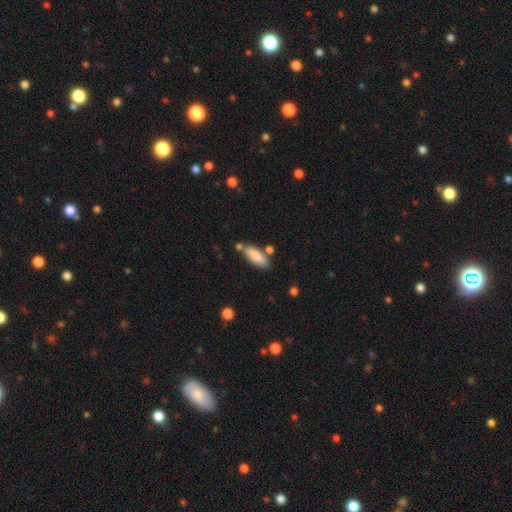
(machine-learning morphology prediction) smooth 83%, featured or disk 10%, star or artifact 6%. Down the decision tree: how rounded — in between (68%); merging — none (70%).